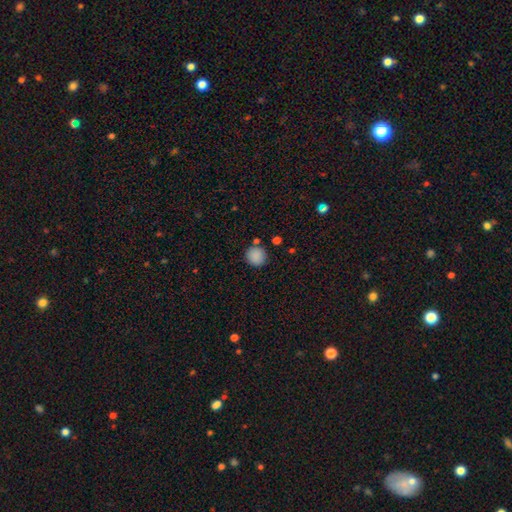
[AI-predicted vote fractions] This appears to be a smooth galaxy with no disk features (88%) that is round (92%). Merging: none (82%).